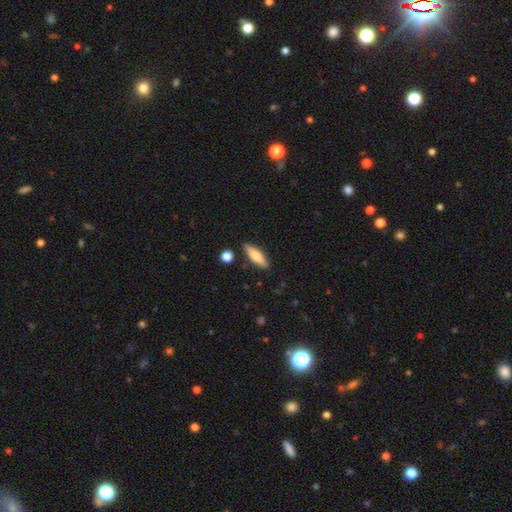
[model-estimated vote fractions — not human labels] Q: Smooth or featured?
A: smooth (66%); runner-up: featured or disk (28%)
Q: How rounded?
A: cigar-shaped (52%); runner-up: in between (45%)
Q: Merging?
A: none (86%); runner-up: minor disturbance (9%)